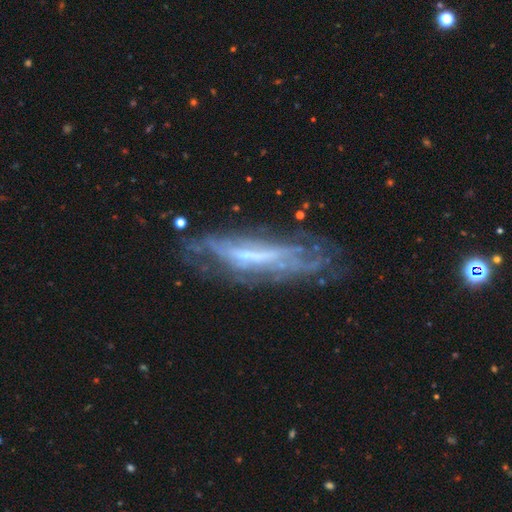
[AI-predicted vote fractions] This appears to be a featured or disk galaxy (70%). Merging: none (54%).